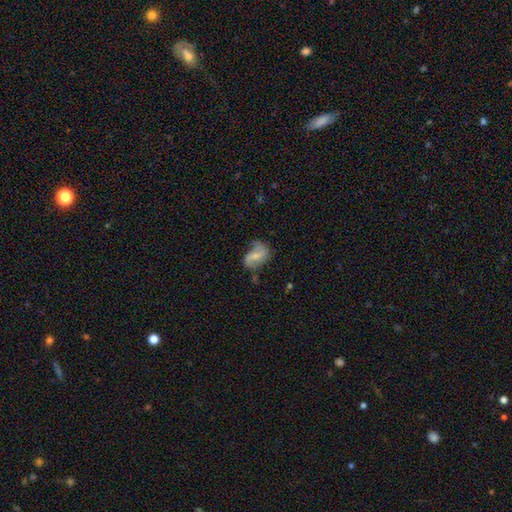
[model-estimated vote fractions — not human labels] A featured or disk galaxy (59%) with a weak bar (42%), spiral arms (84%) and a small central bulge (54%).

Vote fractions:
- Smooth or featured? featured or disk: 59% / smooth: 33% / star or artifact: 7%
- Edge-on disk? no: 96% / yes: 4%
- Bar? weak: 42% / no: 33% / strong: 24%
- Spiral arms? yes: 84% / no: 16%
- Bulge size? small: 54% / moderate: 36% / none: 7% / large: 2% / dominant: 1%
- Merging? none: 53% / minor disturbance: 29% / major disturbance: 14% / merger: 3%